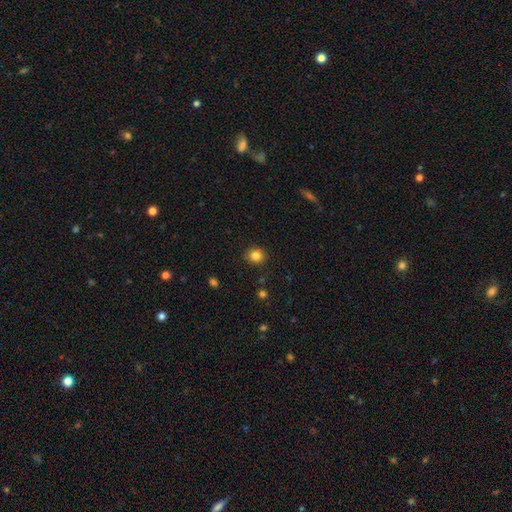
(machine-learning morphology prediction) Q: Smooth or featured?
A: smooth (84%); runner-up: star or artifact (11%)
Q: How rounded?
A: round (84%); runner-up: in between (15%)
Q: Merging?
A: none (89%); runner-up: minor disturbance (7%)